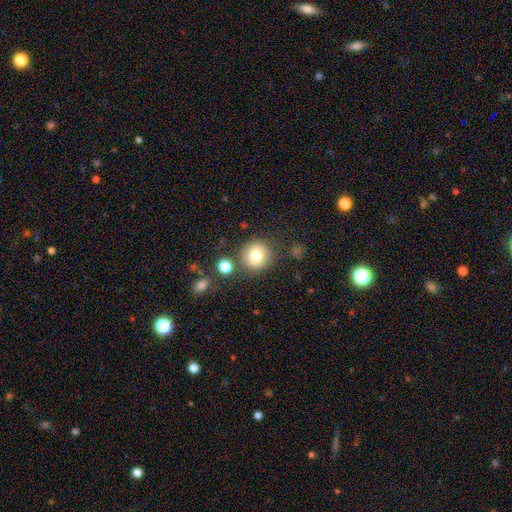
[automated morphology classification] The model was most divided on "smooth or featured": smooth: 76%, featured or disk: 13%, star or artifact: 11%. More confident: how rounded — round (91%); merging — none (80%).